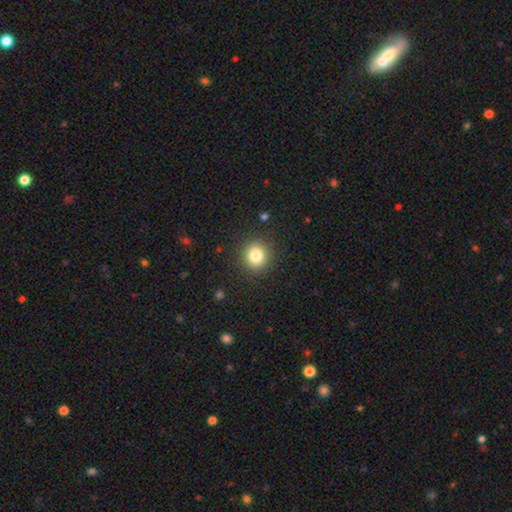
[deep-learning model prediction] The model was most divided on "smooth or featured": smooth: 82%, star or artifact: 12%, featured or disk: 7%. More confident: how rounded — round (91%); merging — none (90%).